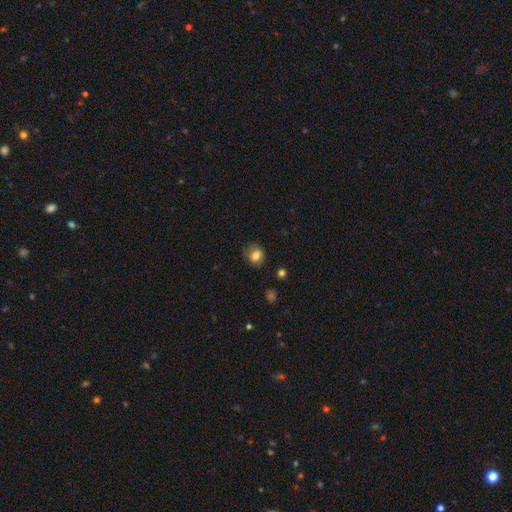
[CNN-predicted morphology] A smooth galaxy with no disk features (79%) that is round (64%).

Vote fractions:
- Smooth or featured? smooth: 79% / featured or disk: 11% / star or artifact: 10%
- How rounded? round: 64% / in between: 35% / cigar-shaped: 1%
- Merging? none: 76% / minor disturbance: 17% / major disturbance: 5% / merger: 2%